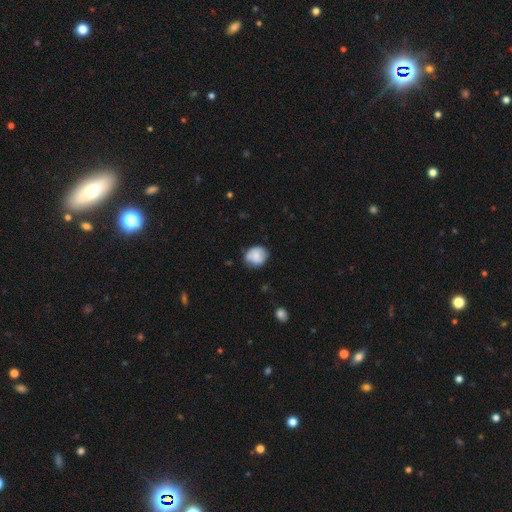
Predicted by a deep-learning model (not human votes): The model was most divided on "how rounded": round: 68%, in between: 31%, cigar-shaped: 1%. More confident: smooth or featured — smooth (76%); merging — none (65%).